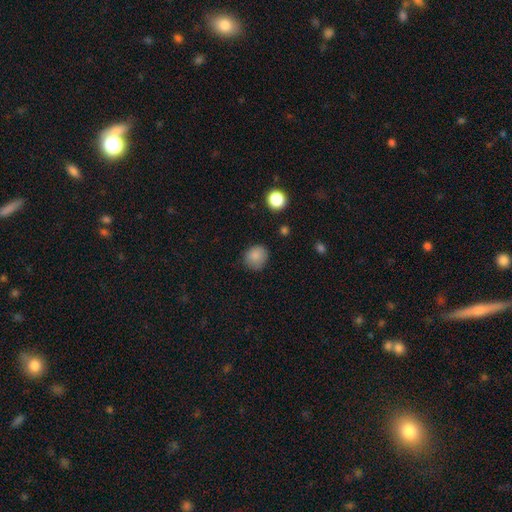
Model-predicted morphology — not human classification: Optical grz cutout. It shows a smooth galaxy with no disk features (85%) that is round (79%). Merging: none (81%).